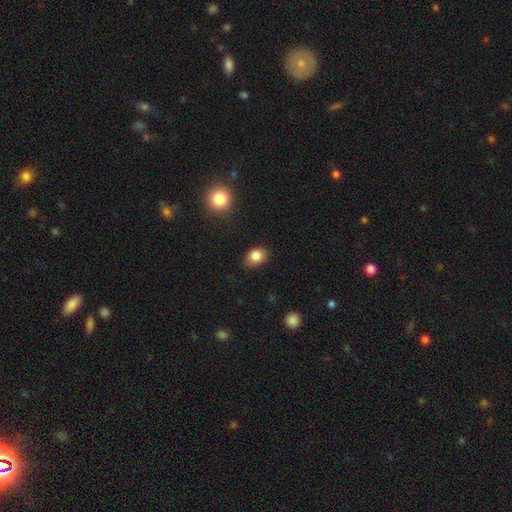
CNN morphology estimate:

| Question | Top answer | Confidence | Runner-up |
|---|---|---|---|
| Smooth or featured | smooth | 84% | star or artifact (9%) |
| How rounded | in between | 68% | round (31%) |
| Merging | none | 81% | minor disturbance (14%) |